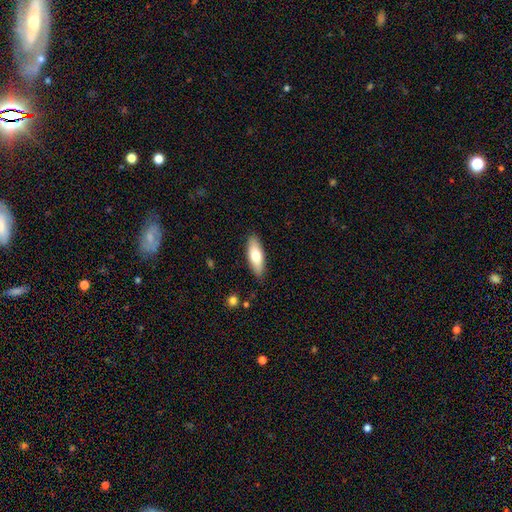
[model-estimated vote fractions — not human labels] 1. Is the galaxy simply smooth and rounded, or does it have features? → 70% smooth, 24% featured or disk, 6% star or artifact.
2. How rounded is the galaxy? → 66% in between, 32% cigar-shaped, 2% round.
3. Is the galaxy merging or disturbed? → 87% none, 10% minor disturbance, 2% major disturbance, 1% merger.